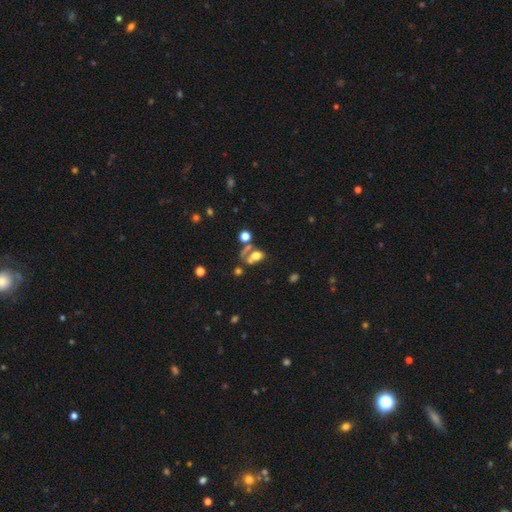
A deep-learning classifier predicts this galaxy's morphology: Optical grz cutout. It shows a smooth galaxy with no disk features (60%) that is in between round and cigar-shaped (66%). Merging: none (38%).